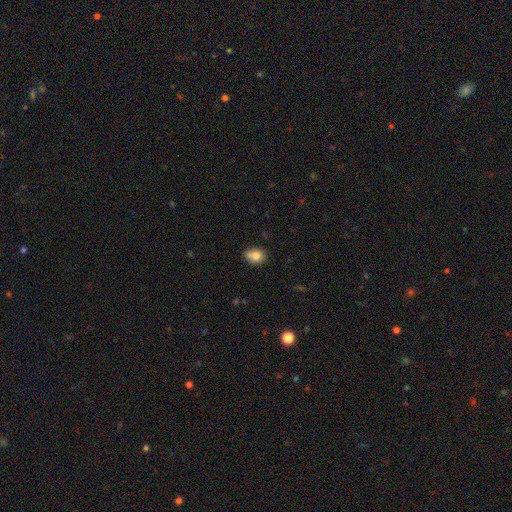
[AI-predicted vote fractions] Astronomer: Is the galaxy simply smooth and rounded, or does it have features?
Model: smooth — 77%.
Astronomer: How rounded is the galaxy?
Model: round — 51% (runner-up: in between, 48%).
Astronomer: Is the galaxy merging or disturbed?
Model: none — 59%.